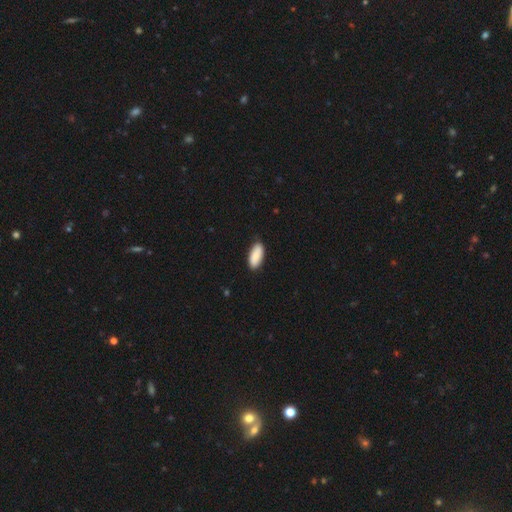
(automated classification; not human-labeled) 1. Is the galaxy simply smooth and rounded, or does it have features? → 87% smooth, 7% featured or disk, 6% star or artifact.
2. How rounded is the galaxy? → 87% in between, 11% cigar-shaped, 2% round.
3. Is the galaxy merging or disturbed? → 85% none, 12% minor disturbance, 2% major disturbance, 1% merger.